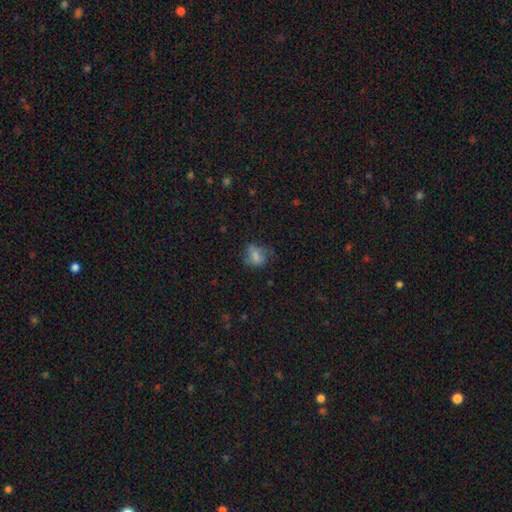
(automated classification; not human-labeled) Overall: smooth (72%). How rounded: round (52%; in between 47%). Merging: none (60%; minor disturbance 25%).